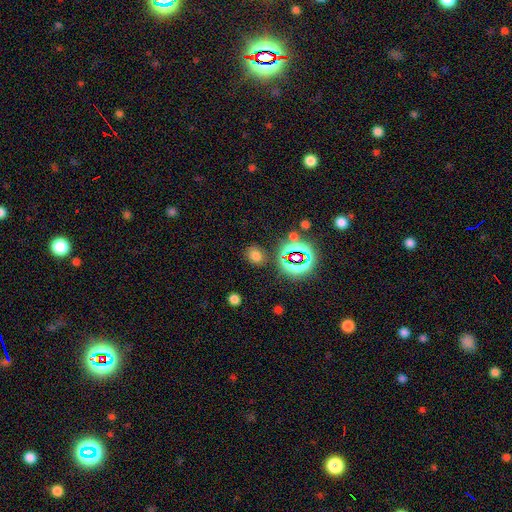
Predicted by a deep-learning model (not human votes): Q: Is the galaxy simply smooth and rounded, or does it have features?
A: smooth — 65%.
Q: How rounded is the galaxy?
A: round — 53%.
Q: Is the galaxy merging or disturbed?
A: none — 80%.